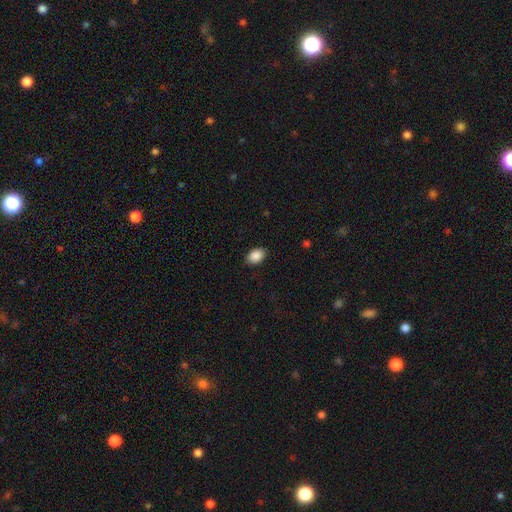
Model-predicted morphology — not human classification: A smooth galaxy with no disk features (89%) that is in between round and cigar-shaped (86%). Merging: none (88%).